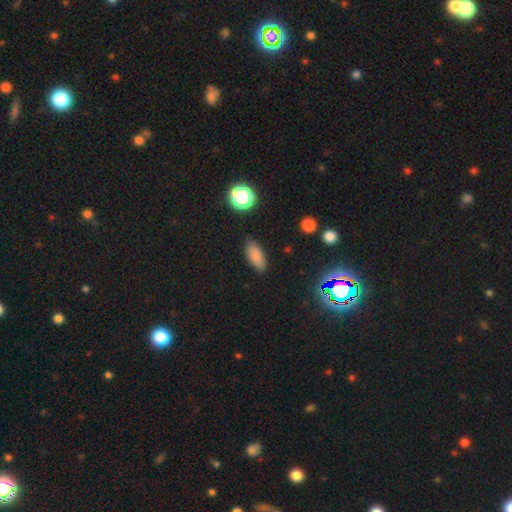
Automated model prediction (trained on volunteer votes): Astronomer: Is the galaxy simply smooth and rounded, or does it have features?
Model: smooth — 81%.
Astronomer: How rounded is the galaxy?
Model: in between — 87%.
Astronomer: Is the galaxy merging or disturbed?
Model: none — 82%.